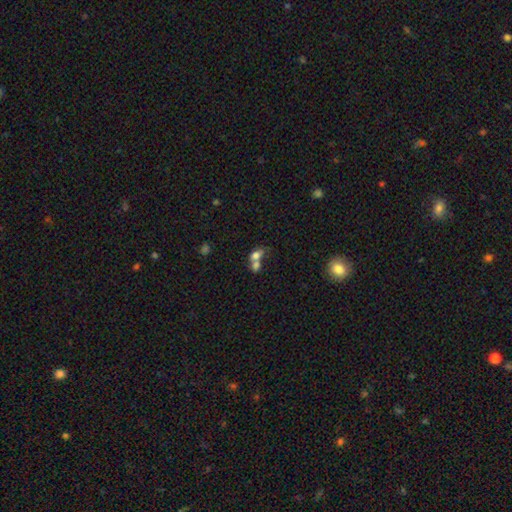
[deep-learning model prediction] Smooth or featured? Predicted: smooth (p=0.62). How rounded? Predicted: in between (p=0.49). Merging? Predicted: merger (p=0.52).